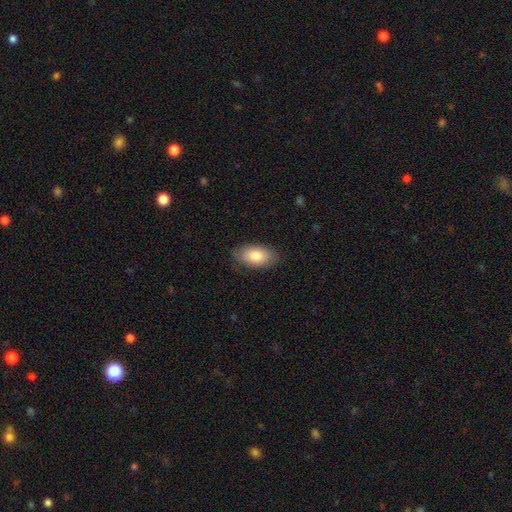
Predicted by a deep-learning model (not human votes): smooth_or_featured: smooth (p=0.85) [alt: featured or disk p=0.09]
how_rounded: in between (p=0.94) [alt: round p=0.03]
merging: none (p=0.85) [alt: minor disturbance p=0.12]